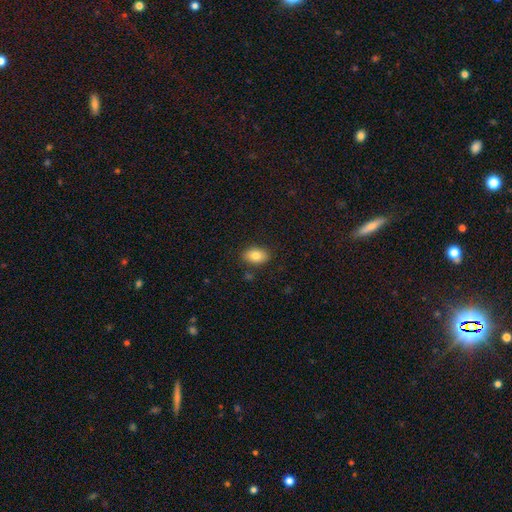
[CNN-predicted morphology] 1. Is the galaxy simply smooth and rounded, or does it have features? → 81% smooth, 11% featured or disk, 8% star or artifact.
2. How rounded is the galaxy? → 87% in between, 12% round, 1% cigar-shaped.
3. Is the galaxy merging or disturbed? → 86% none, 10% minor disturbance, 2% major disturbance, 2% merger.